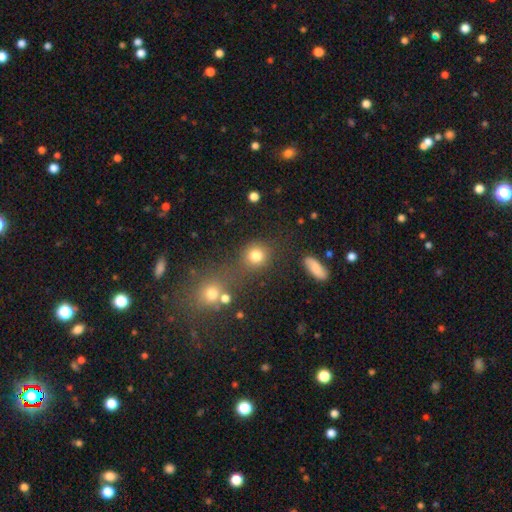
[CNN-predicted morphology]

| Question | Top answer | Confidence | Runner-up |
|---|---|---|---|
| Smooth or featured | smooth | 80% | star or artifact (13%) |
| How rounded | round | 85% | in between (14%) |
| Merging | none | 69% | merger (14%) |